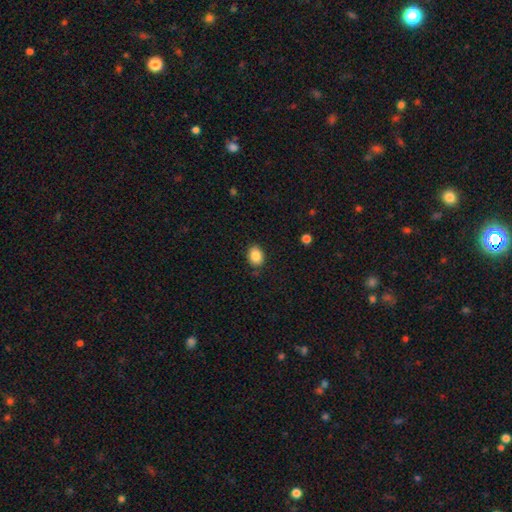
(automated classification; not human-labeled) Smooth or featured?
  - smooth: 86% *
  - star or artifact: 9%
  - featured or disk: 5%
How rounded?
  - in between: 61% *
  - round: 39%
  - cigar-shaped: 1%
Merging?
  - none: 86% *
  - minor disturbance: 10%
  - major disturbance: 2%
  - merger: 2%